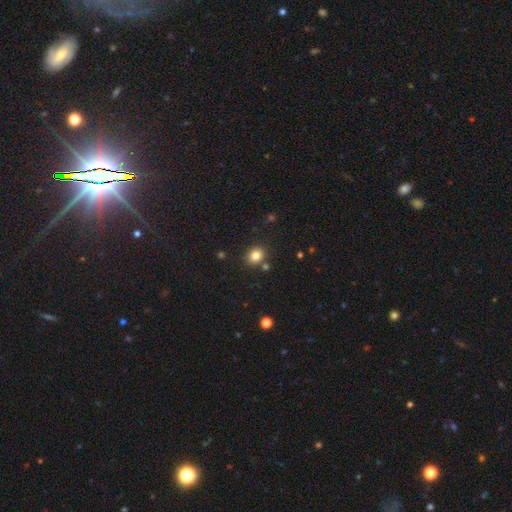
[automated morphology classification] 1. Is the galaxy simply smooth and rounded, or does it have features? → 82% smooth, 11% star or artifact, 6% featured or disk.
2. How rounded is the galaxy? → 63% round, 36% in between, 1% cigar-shaped.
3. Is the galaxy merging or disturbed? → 82% none, 9% minor disturbance, 6% merger, 3% major disturbance.